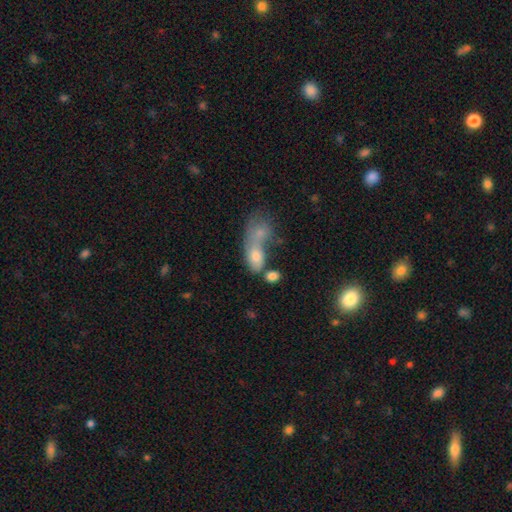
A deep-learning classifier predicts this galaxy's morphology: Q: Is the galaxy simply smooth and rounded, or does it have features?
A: smooth — 68%.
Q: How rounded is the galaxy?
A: in between — 78%.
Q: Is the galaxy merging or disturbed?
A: merger — 60%.